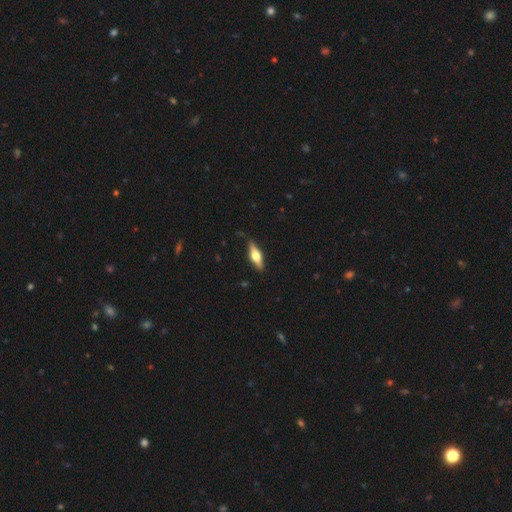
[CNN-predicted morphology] A featured or disk galaxy (56%) viewed edge-on (94%) with a rounded central bulge (94%). Merging: none (87%).